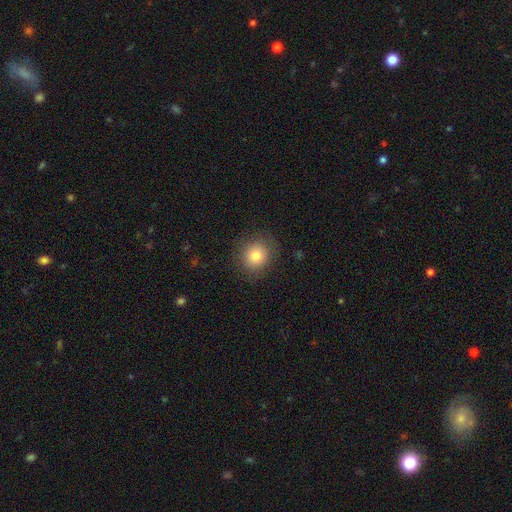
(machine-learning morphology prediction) smooth 81%, star or artifact 11%, featured or disk 8%. Down the decision tree: how rounded — round (81%); merging — none (86%).